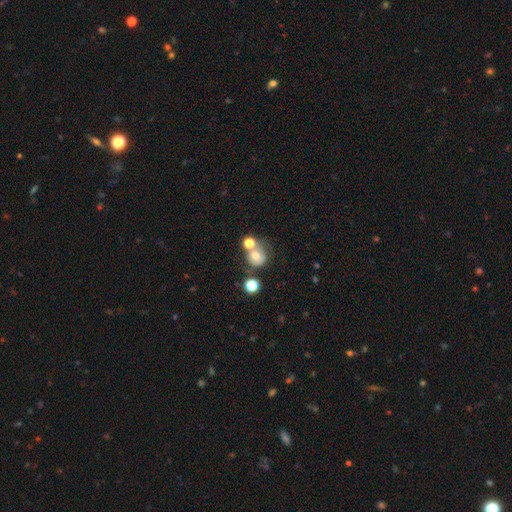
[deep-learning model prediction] Smooth or featured: smooth — 64% (featured or disk — 23%)
How rounded: round — 76% (in between — 23%)
Merging: none — 42% (merger — 36%)